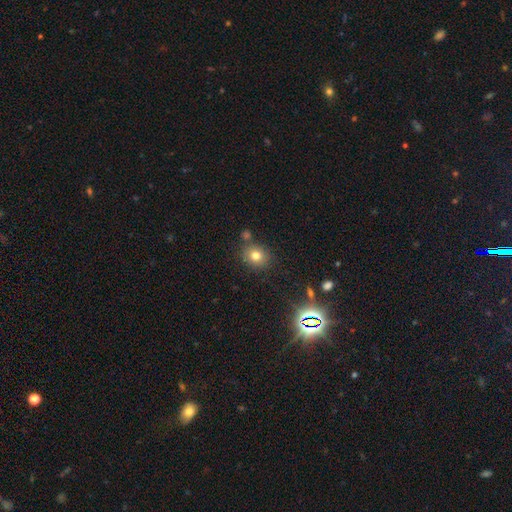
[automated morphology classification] The model was most divided on "how rounded": round: 73%, in between: 26%, cigar-shaped: 1%. More confident: merging — none (77%); smooth or featured — smooth (75%).